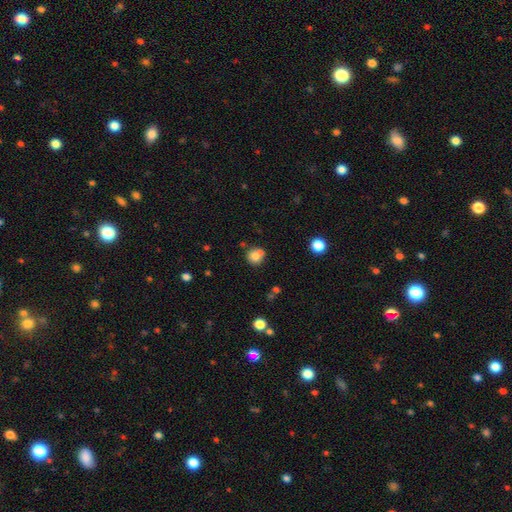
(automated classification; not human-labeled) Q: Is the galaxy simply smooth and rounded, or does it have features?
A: smooth — 76%.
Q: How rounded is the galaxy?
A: round — 88%.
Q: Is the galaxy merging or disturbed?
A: none — 54%.